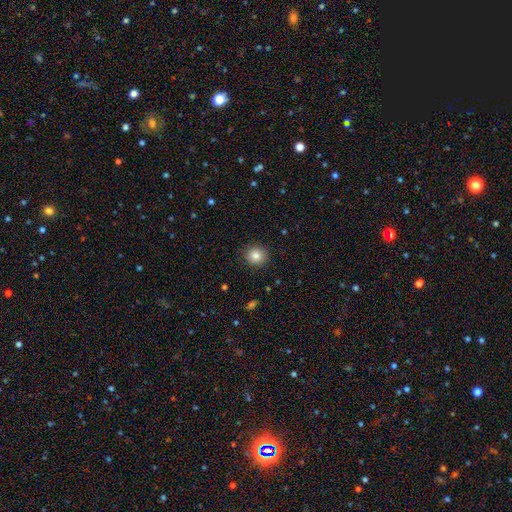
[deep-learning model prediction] Q: Smooth or featured?
A: smooth (84%); runner-up: star or artifact (10%)
Q: How rounded?
A: round (88%); runner-up: in between (11%)
Q: Merging?
A: none (91%); runner-up: minor disturbance (7%)